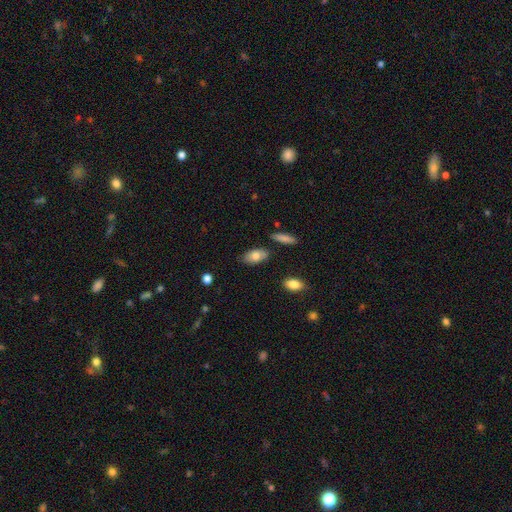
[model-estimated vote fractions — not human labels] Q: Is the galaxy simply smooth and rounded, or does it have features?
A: smooth — 74%.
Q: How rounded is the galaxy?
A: in between — 92%.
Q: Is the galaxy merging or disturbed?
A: none — 80%.